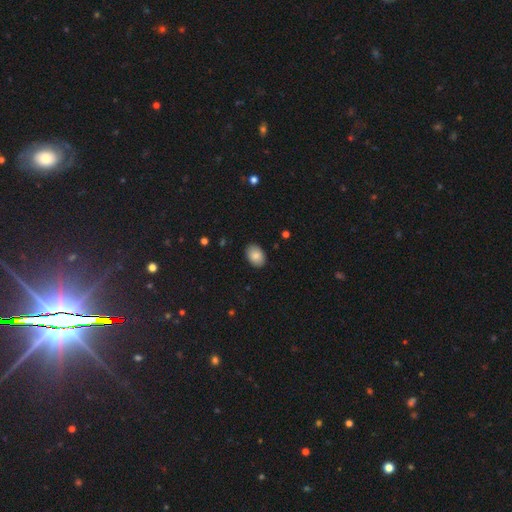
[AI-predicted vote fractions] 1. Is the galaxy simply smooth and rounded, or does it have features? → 85% smooth, 8% star or artifact, 7% featured or disk.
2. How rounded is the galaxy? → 81% in between, 18% round, 1% cigar-shaped.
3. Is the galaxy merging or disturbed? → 89% none, 8% minor disturbance, 2% major disturbance, 1% merger.